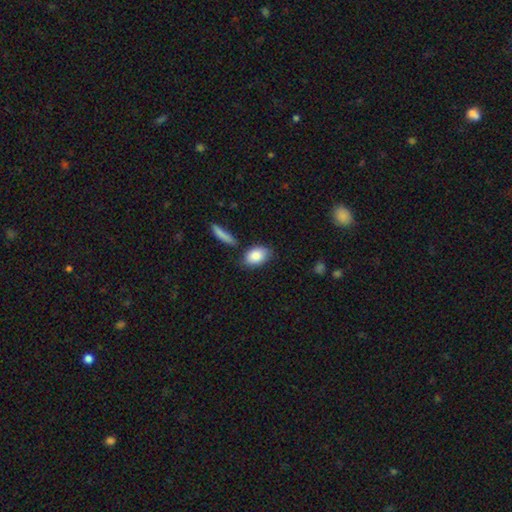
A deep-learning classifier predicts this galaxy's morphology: The model was most divided on "merging": none: 70%, minor disturbance: 17%, merger: 8%, major disturbance: 5%. More confident: smooth or featured — smooth (86%); how rounded — in between (85%).